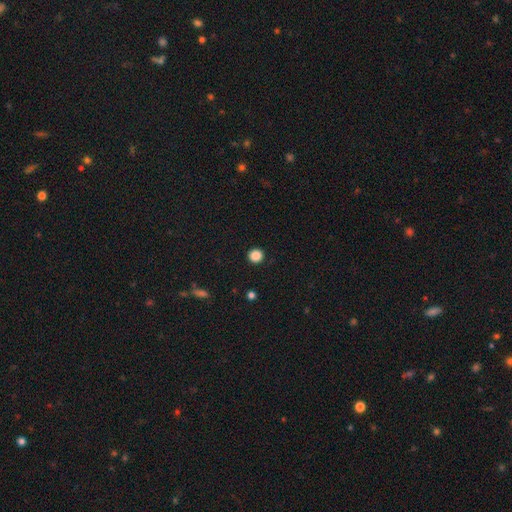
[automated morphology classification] The model was most divided on "smooth or featured": smooth: 87%, star or artifact: 11%, featured or disk: 3%. More confident: how rounded — round (94%); merging — none (92%).